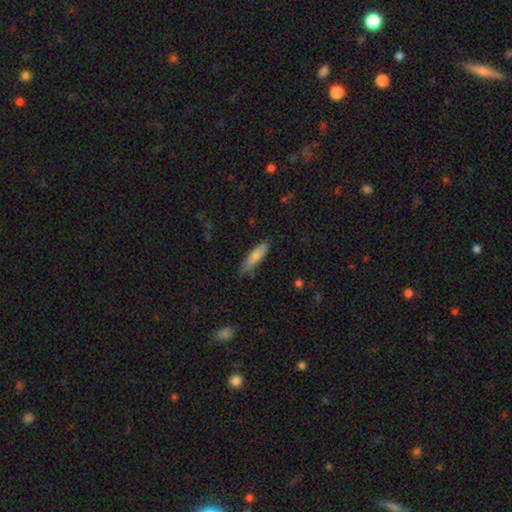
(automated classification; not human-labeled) Smooth or featured?
  - smooth: 80% *
  - featured or disk: 14%
  - star or artifact: 6%
How rounded?
  - cigar-shaped: 57% *
  - in between: 41%
  - round: 2%
Merging?
  - none: 67% *
  - minor disturbance: 27%
  - major disturbance: 5%
  - merger: 2%